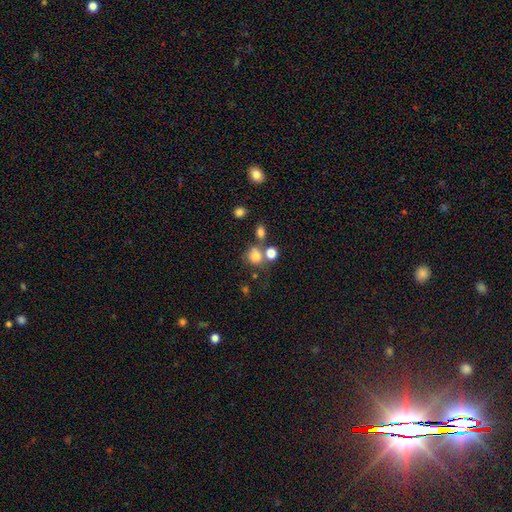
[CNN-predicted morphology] type=smooth (76%); roundness=round (78%); merging=none (49%).